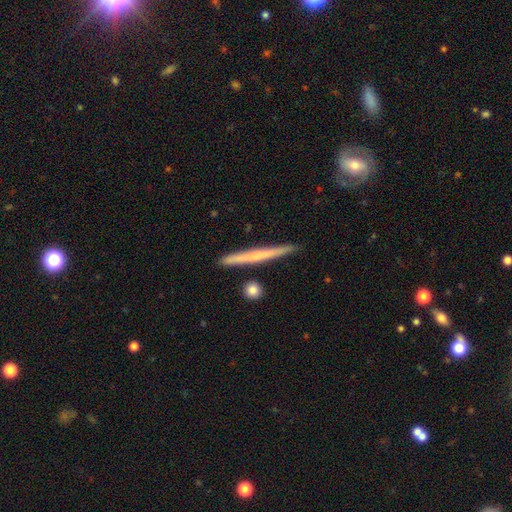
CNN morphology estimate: Q: Smooth or featured?
A: smooth (49%); runner-up: featured or disk (46%)
Q: Merging?
A: none (89%); runner-up: minor disturbance (7%)